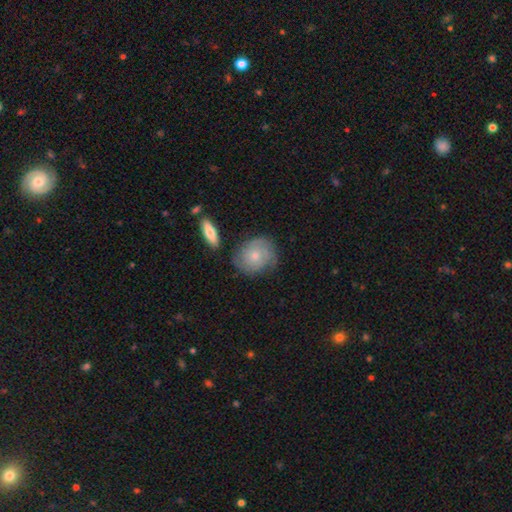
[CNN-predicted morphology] type=smooth (51%); roundness=round (67%); merging=none (71%).